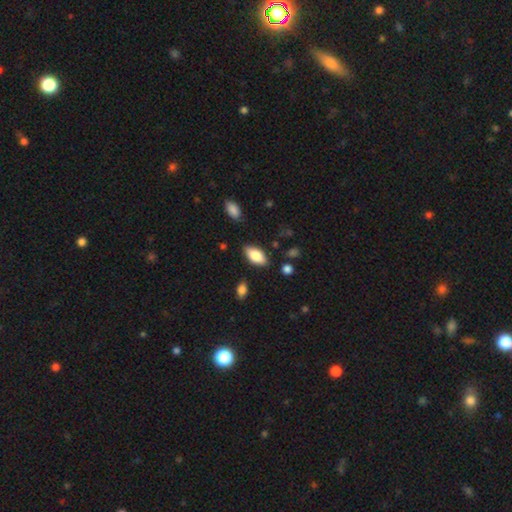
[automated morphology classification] A smooth galaxy with no disk features (81%) that is in between round and cigar-shaped (90%). Merging: none (83%).